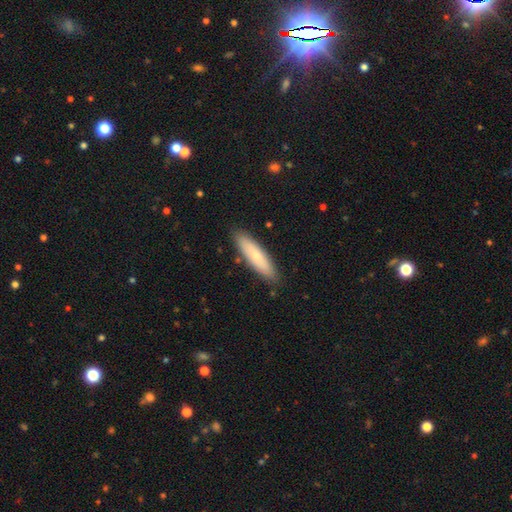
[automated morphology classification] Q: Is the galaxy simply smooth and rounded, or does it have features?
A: smooth — 72%.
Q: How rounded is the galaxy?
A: cigar-shaped — 69%.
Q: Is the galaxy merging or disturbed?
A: none — 87%.